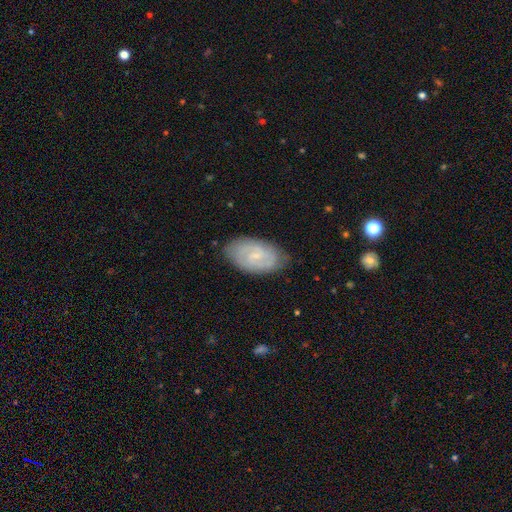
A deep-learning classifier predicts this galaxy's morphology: A featured or disk galaxy (68%) with a weak bar (52%), 2 (64%) tight (52%) spiral arms (90%) and a small central bulge (74%). Merging: none (80%).